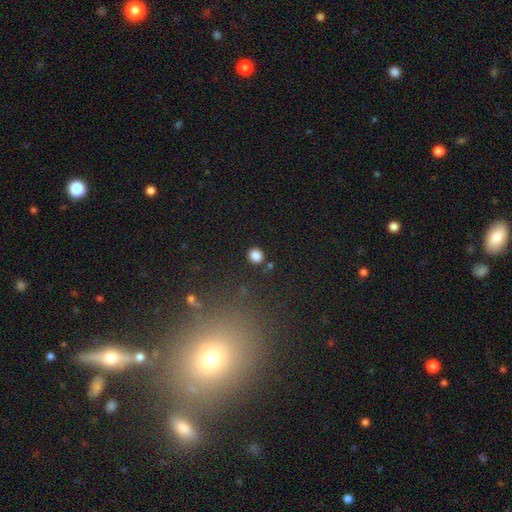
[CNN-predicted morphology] smooth-or-featured: smooth: 84% | star or artifact: 12% | featured or disk: 4%
  how-rounded: round: 84% | in between: 15% | cigar-shaped: 1%
  merging: none: 87% | minor disturbance: 7% | merger: 4% | major disturbance: 2%